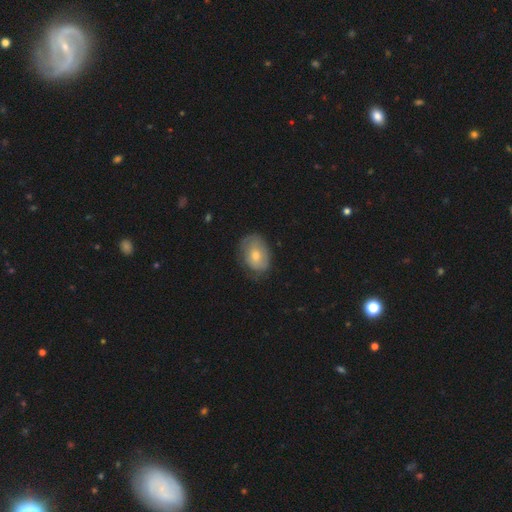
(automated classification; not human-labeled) smooth 56%, featured or disk 37%, star or artifact 8%. Down the decision tree: how rounded — in between (73%); merging — none (69%).